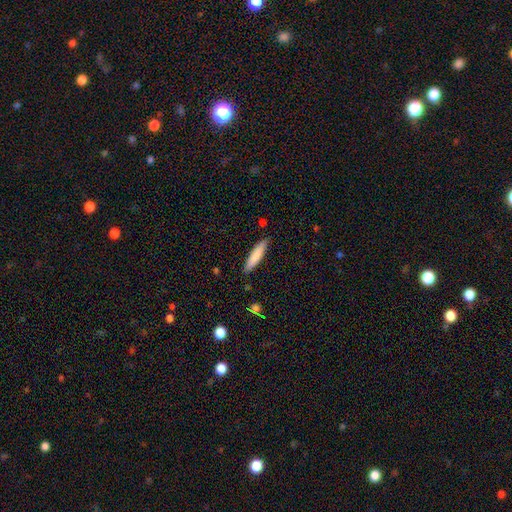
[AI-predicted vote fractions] Smooth or featured?
  - smooth: 80% *
  - featured or disk: 14%
  - star or artifact: 6%
How rounded?
  - cigar-shaped: 83% *
  - in between: 16%
  - round: 1%
Merging?
  - none: 87% *
  - minor disturbance: 10%
  - major disturbance: 2%
  - merger: 1%